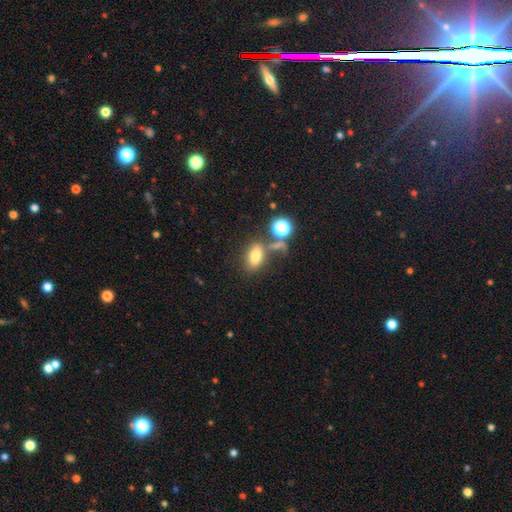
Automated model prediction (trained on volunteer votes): smooth_or_featured: smooth (p=0.72) [alt: star or artifact p=0.14]
how_rounded: in between (p=0.79) [alt: round p=0.16]
merging: none (p=0.56) [alt: merger p=0.23]